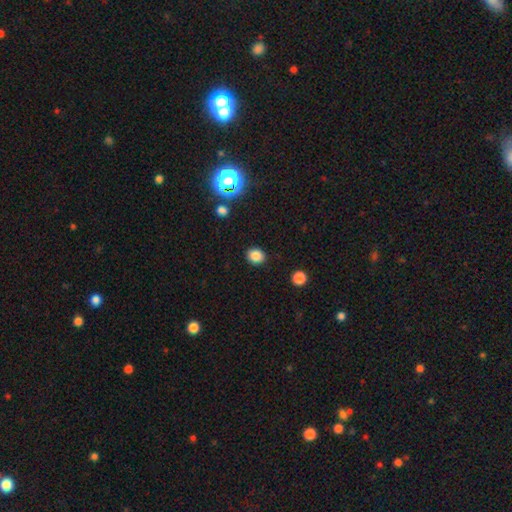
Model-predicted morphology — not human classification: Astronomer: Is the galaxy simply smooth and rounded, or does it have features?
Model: smooth — 84%.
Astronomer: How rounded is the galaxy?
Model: round — 68%.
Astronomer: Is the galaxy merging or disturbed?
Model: none — 89%.